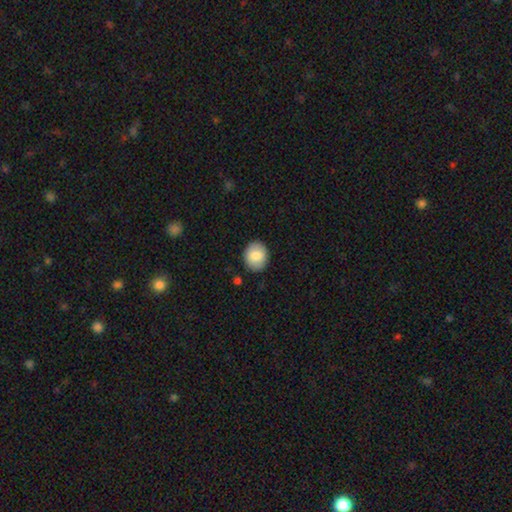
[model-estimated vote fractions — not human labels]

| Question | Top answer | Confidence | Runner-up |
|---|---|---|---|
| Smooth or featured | smooth | 84% | featured or disk (10%) |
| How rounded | round | 62% | in between (37%) |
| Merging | none | 88% | minor disturbance (8%) |